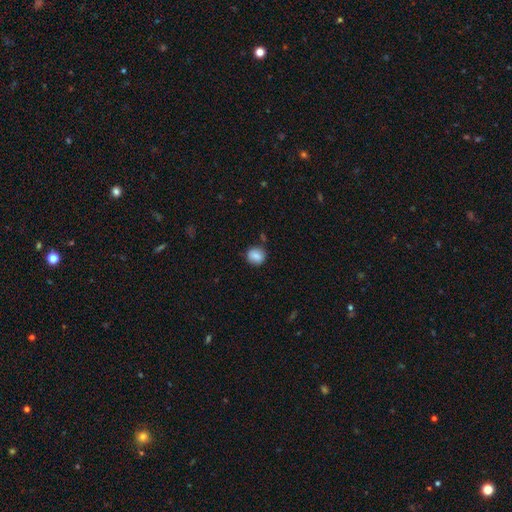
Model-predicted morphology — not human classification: smooth 85%, star or artifact 9%, featured or disk 7%. Down the decision tree: how rounded — round (79%); merging — none (80%).